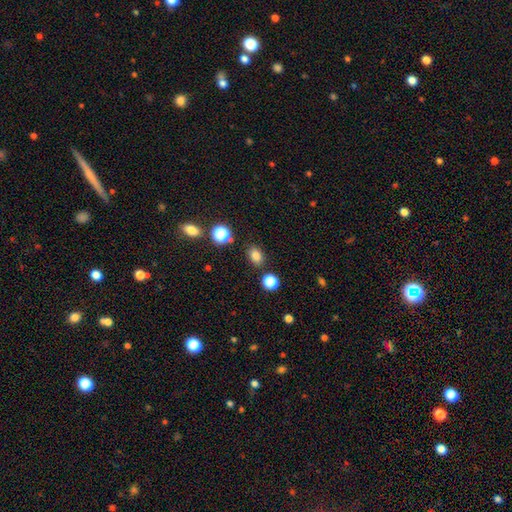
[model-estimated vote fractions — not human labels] Morphology: type=smooth (81%); roundness=in between (68%); merging=none (81%).